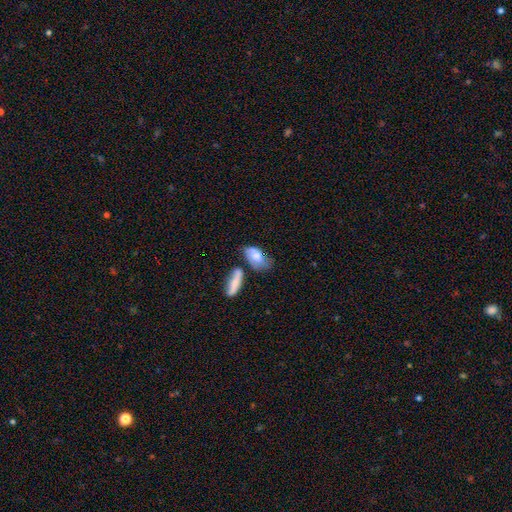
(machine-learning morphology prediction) Q: Smooth or featured?
A: smooth (65%); runner-up: featured or disk (27%)
Q: How rounded?
A: in between (88%); runner-up: cigar-shaped (6%)
Q: Merging?
A: none (35%); runner-up: minor disturbance (28%)